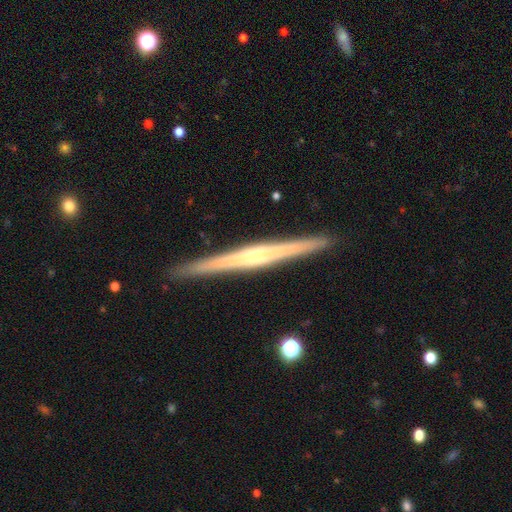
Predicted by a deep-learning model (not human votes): Smooth or featured: featured or disk — 76% (smooth — 18%)
Edge-on disk: yes — 98% (no — 2%)
Edge-on bulge: rounded — 52% (none — 29%)
Merging: none — 92% (minor disturbance — 6%)